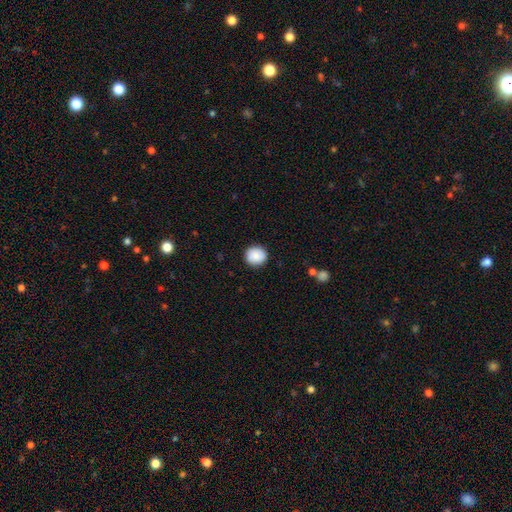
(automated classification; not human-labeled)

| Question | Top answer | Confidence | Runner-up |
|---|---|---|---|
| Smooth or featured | smooth | 87% | star or artifact (7%) |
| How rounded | round | 86% | in between (13%) |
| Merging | none | 89% | minor disturbance (8%) |